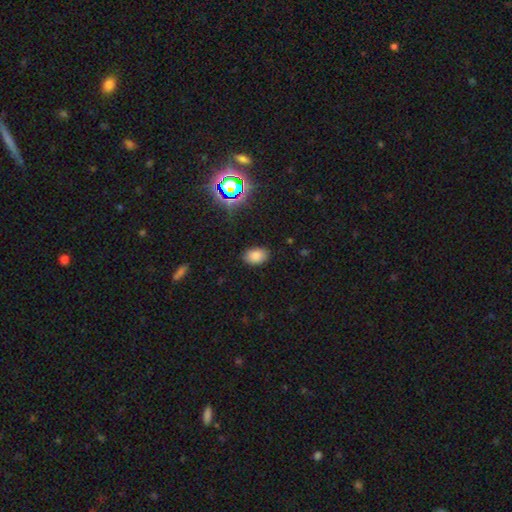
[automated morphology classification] smooth 81%, star or artifact 14%, featured or disk 5%. Down the decision tree: how rounded — in between (85%); merging — none (86%).